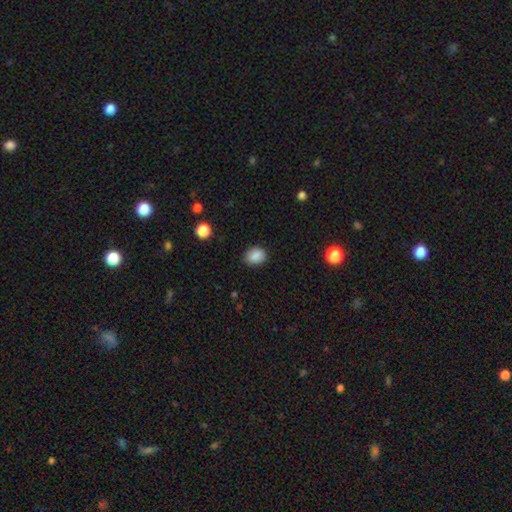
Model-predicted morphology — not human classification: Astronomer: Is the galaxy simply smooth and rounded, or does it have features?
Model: smooth — 87%.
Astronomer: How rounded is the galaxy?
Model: in between — 51% (runner-up: round, 48%).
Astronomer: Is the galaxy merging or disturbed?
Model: none — 84%.